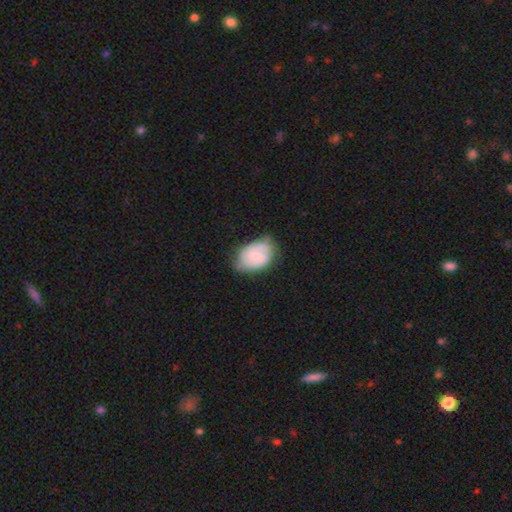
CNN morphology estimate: smooth-or-featured: featured or disk: 58% | smooth: 36% | star or artifact: 6%
  disk-edge-on: no: 97% | yes: 3%
    bar: weak: 50% | no: 41% | strong: 9%
    has-spiral-arms: yes: 87% | no: 13%
    bulge-size: small: 60% | moderate: 30% | none: 8% | large: 2% | dominant: 1%
  merging: none: 64% | minor disturbance: 27% | major disturbance: 7% | merger: 2%